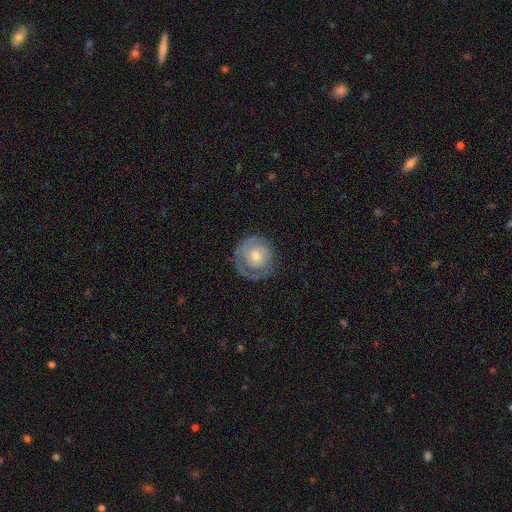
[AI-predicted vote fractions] smooth-or-featured: featured or disk: 70% | smooth: 25% | star or artifact: 6%
  disk-edge-on: no: 97% | yes: 3%
    bar: no: 76% | weak: 21% | strong: 4%
    has-spiral-arms: yes: 86% | no: 14%
      spiral-winding: tight: 67% | medium: 24% | loose: 8%
      spiral-arm-count: 2: 36% | can't tell: 26% | 1: 24% | 3: 9% | 4: 3% | more than 4: 3%
    bulge-size: small: 52% | moderate: 42% | large: 3% | none: 2% | dominant: 1%
  merging: none: 74% | minor disturbance: 16% | major disturbance: 9% | merger: 1%